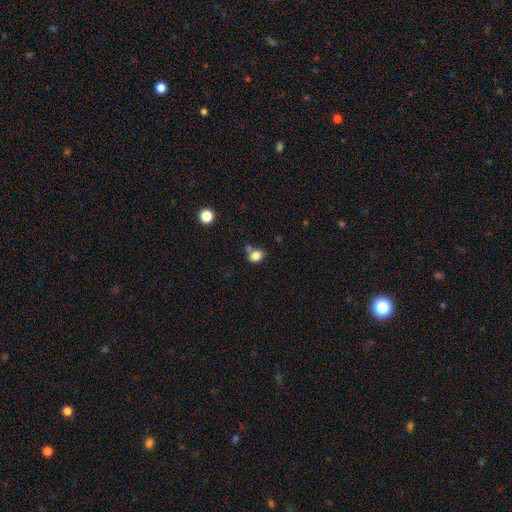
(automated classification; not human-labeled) Smooth or featured? smooth (82%)
How rounded? round (59%)
Merging? none (56%)